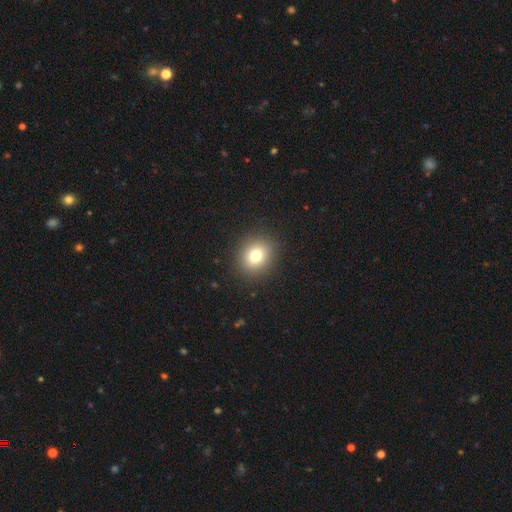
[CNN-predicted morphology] A smooth galaxy with no disk features (77%) that is round (72%).

Vote fractions:
- Smooth or featured? smooth: 77% / star or artifact: 13% / featured or disk: 10%
- How rounded? round: 72% / in between: 27% / cigar-shaped: 1%
- Merging? none: 89% / minor disturbance: 7% / major disturbance: 3% / merger: 1%